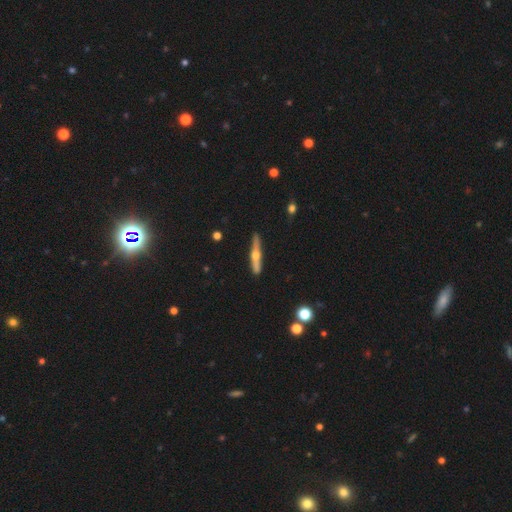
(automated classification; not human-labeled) A featured or disk galaxy (63%) viewed edge-on (95%) with a rounded central bulge (92%). Merging: none (88%).